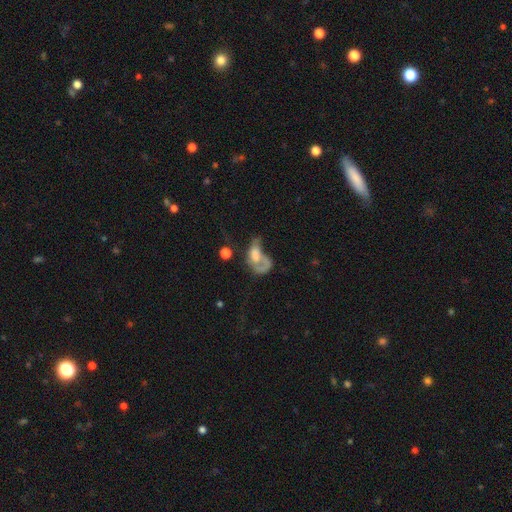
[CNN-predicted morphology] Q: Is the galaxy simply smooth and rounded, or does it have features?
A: featured or disk — 45%.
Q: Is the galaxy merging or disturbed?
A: major disturbance — 50%.